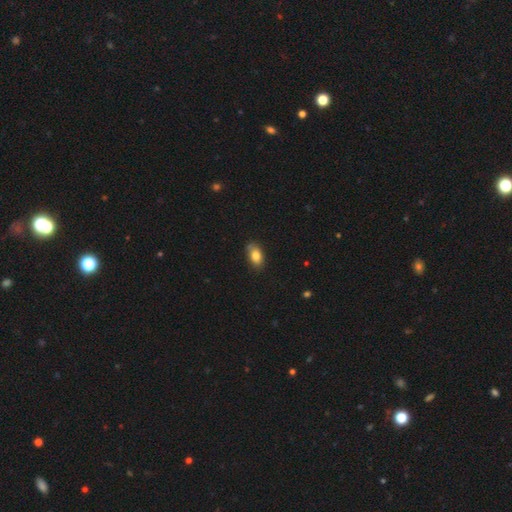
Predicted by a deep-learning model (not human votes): smooth_or_featured: smooth (p=0.82) [alt: featured or disk p=0.11]
how_rounded: in between (p=0.88) [alt: round p=0.09]
merging: none (p=0.77) [alt: minor disturbance p=0.18]